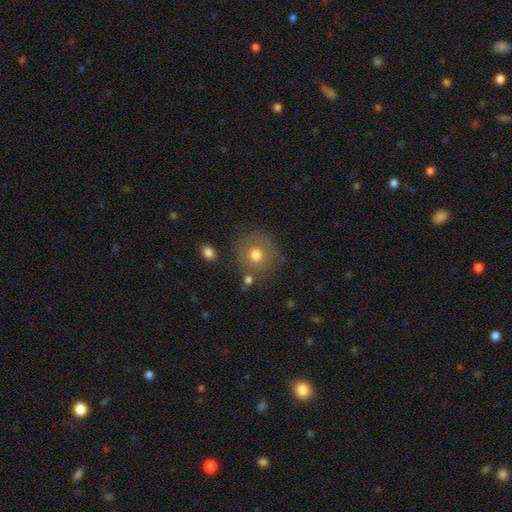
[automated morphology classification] Overall: smooth (68%). How rounded: round (91%). Merging: none (76%).